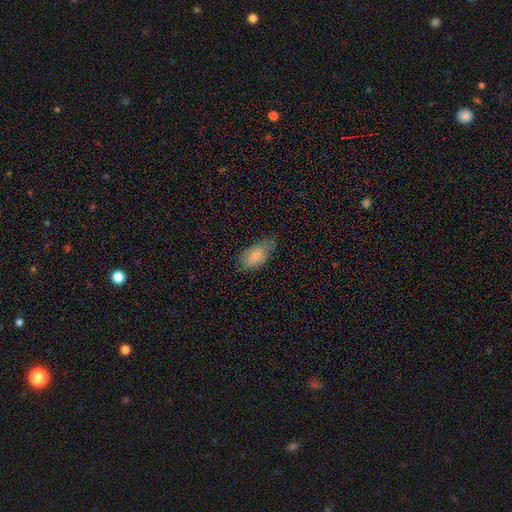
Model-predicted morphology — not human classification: Smooth or featured? Predicted: smooth (p=0.81). How rounded? Predicted: in between (p=0.93). Merging? Predicted: none (p=0.66).